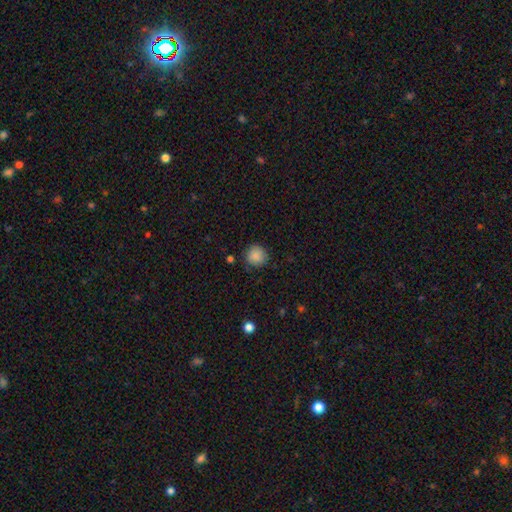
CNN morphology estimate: Smooth or featured: smooth — 87% (star or artifact — 9%)
How rounded: round — 91% (in between — 8%)
Merging: none — 83% (minor disturbance — 12%)